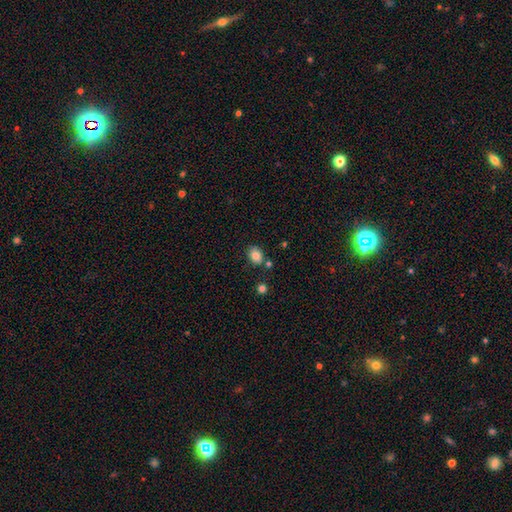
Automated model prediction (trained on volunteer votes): The model was most divided on "how rounded": in between: 65%, round: 34%, cigar-shaped: 1%. More confident: smooth or featured — smooth (84%); merging — none (76%).